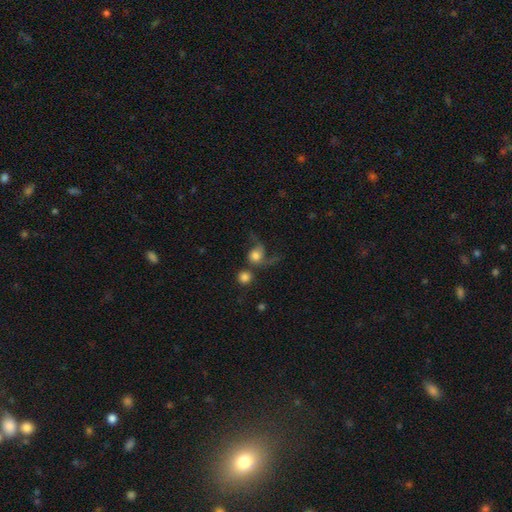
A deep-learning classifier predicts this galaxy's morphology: type=smooth (55%); roundness=round (78%); merging=none (33%).